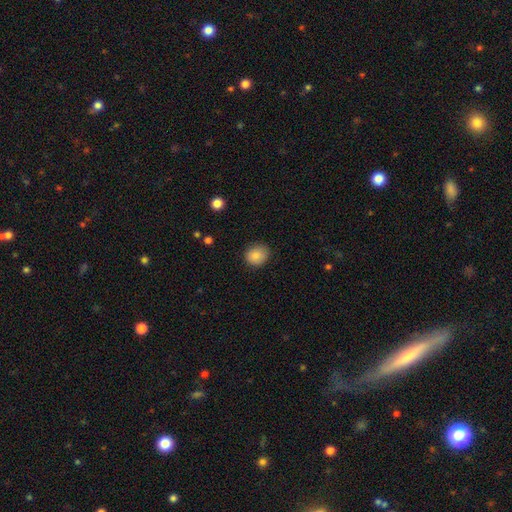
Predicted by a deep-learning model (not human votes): This appears to be a smooth galaxy with no disk features (83%) that is round (76%). Merging: none (83%).